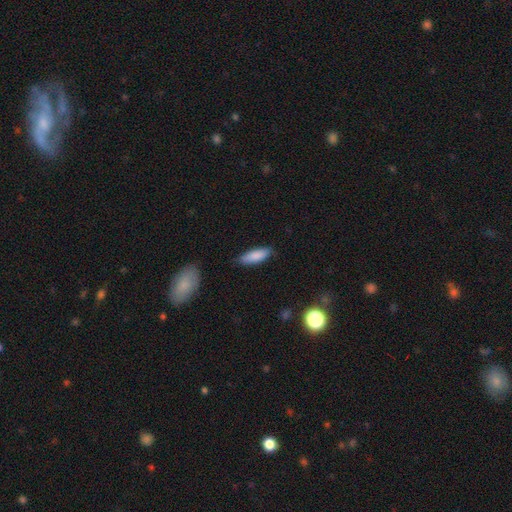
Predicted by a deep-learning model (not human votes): Smooth or featured: smooth — 85% (featured or disk — 9%)
How rounded: in between — 61% (cigar-shaped — 38%)
Merging: none — 80% (minor disturbance — 15%)